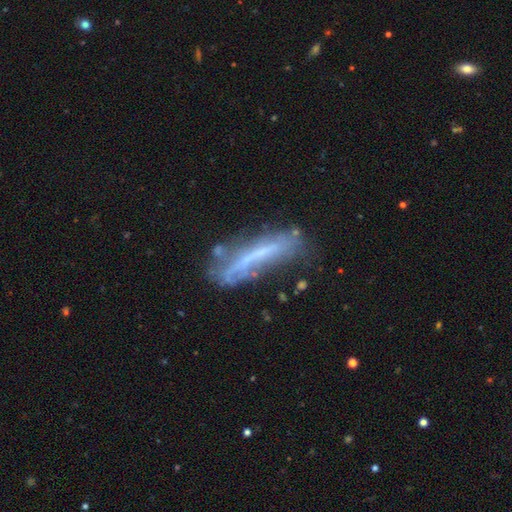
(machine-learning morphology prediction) Overall: featured or disk (53%; smooth 36%). Edge-on disk: yes (51%; no 49%). Merging: none (48%; minor disturbance 27%).